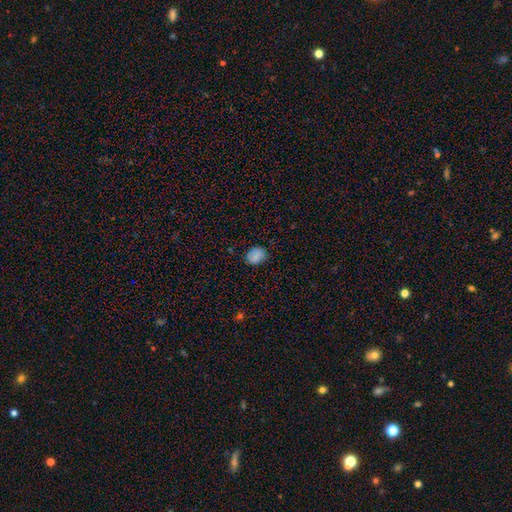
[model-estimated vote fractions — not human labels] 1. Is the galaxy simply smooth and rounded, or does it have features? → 85% smooth, 10% star or artifact, 6% featured or disk.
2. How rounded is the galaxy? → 52% in between, 47% round, 1% cigar-shaped.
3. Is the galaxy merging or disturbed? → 79% none, 17% minor disturbance, 3% major disturbance, 1% merger.